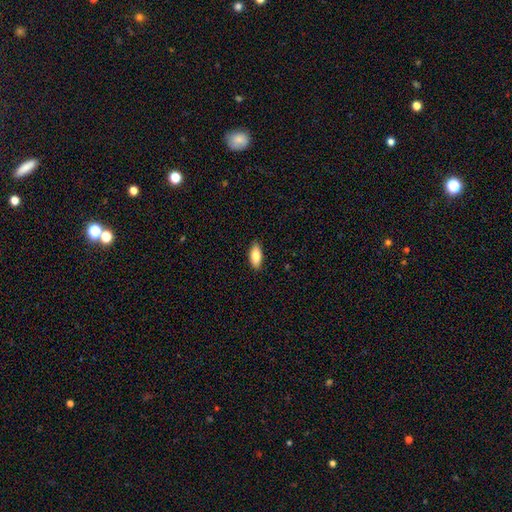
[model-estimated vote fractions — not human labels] smooth 82%, featured or disk 12%, star or artifact 6%. Down the decision tree: how rounded — in between (85%); merging — none (89%).